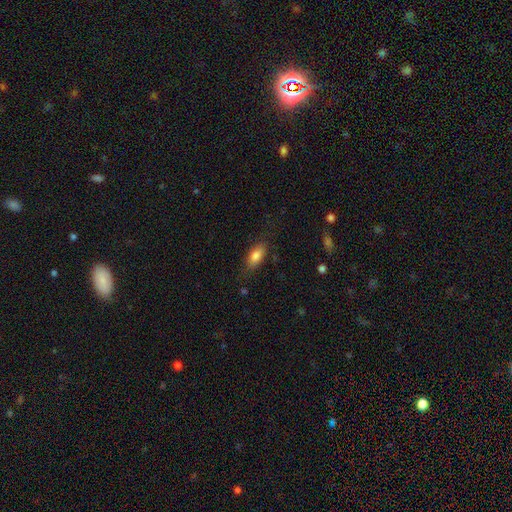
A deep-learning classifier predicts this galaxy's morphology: Overall: smooth (82%). How rounded: in between (82%). Merging: none (78%).